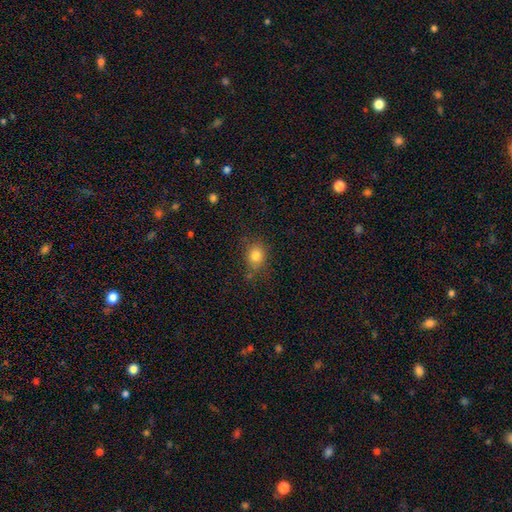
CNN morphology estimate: Q: Smooth or featured?
A: smooth (81%); runner-up: star or artifact (12%)
Q: How rounded?
A: round (60%); runner-up: in between (39%)
Q: Merging?
A: none (72%); runner-up: minor disturbance (18%)